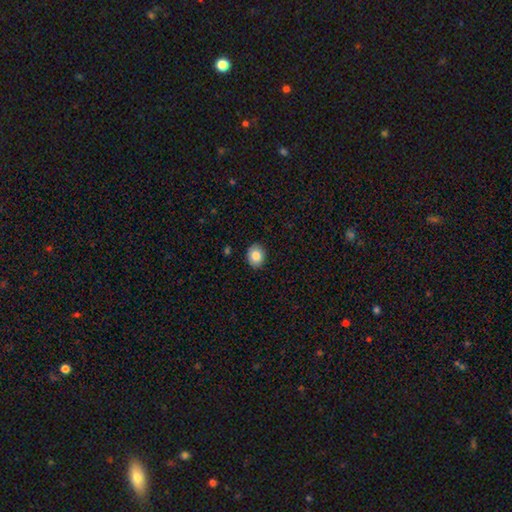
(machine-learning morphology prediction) This is clearly a smooth galaxy (86%). How rounded: possibly round (54%). Merging: clearly none (89%).